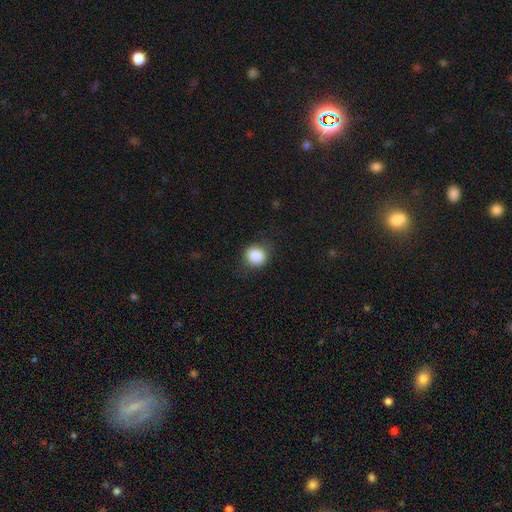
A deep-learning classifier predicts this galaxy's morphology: This is clearly a smooth galaxy (86%). How rounded: clearly round (83%). Merging: clearly none (82%).